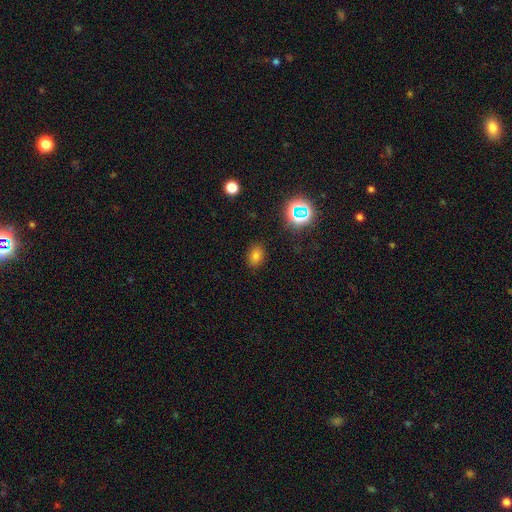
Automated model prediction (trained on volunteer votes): Q: Smooth or featured?
A: smooth (74%); runner-up: star or artifact (19%)
Q: How rounded?
A: in between (70%); runner-up: round (29%)
Q: Merging?
A: none (85%); runner-up: minor disturbance (10%)